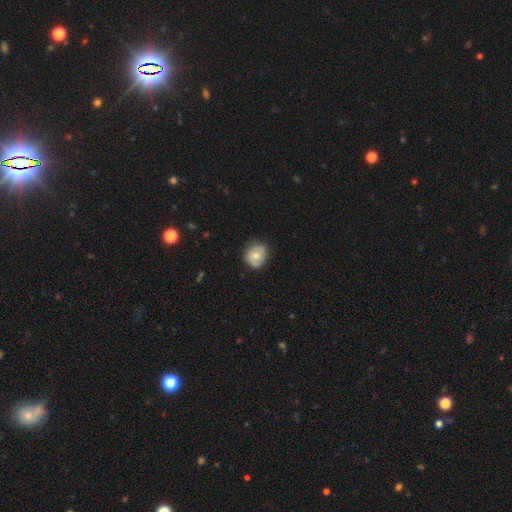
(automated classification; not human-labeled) Morphology: type=smooth (64%); roundness=round (76%); merging=none (77%).